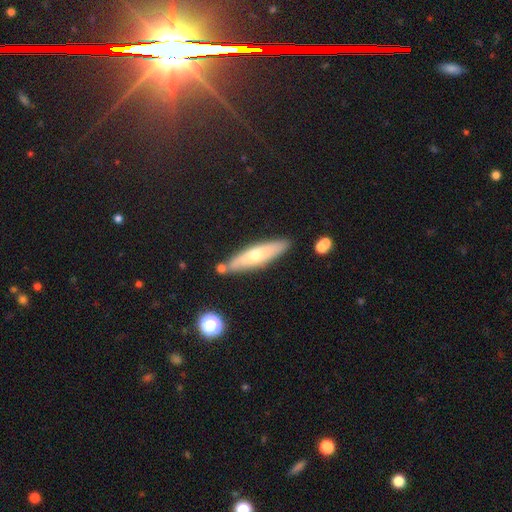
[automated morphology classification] Smooth or featured: smooth — 54% (featured or disk — 39%)
How rounded: cigar-shaped — 75% (in between — 23%)
Merging: none — 82% (minor disturbance — 11%)